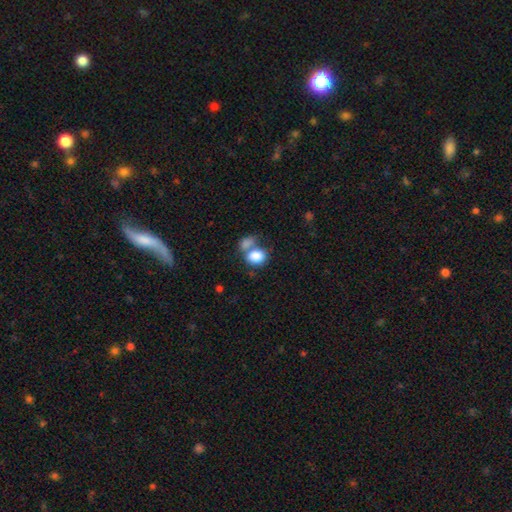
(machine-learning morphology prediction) A smooth galaxy with no disk features (83%) that is in between round and cigar-shaped (60%). Merging: merger (54%).